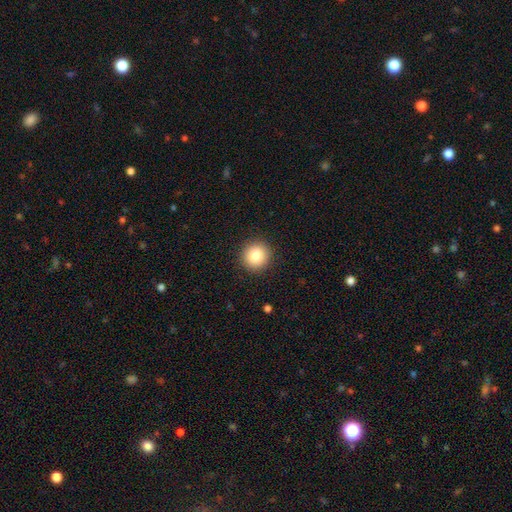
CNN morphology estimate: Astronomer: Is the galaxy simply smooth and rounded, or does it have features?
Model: smooth — 84%.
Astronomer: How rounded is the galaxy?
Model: round — 93%.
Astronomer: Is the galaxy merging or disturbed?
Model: none — 92%.